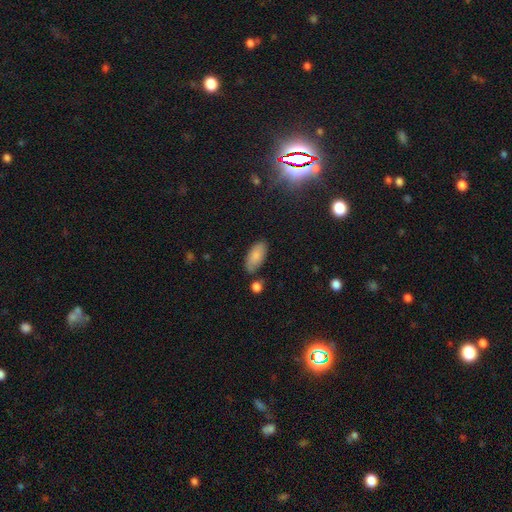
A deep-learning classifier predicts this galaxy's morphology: This is clearly a smooth galaxy (82%). How rounded: clearly in between (92%). Merging: likely none (71%).